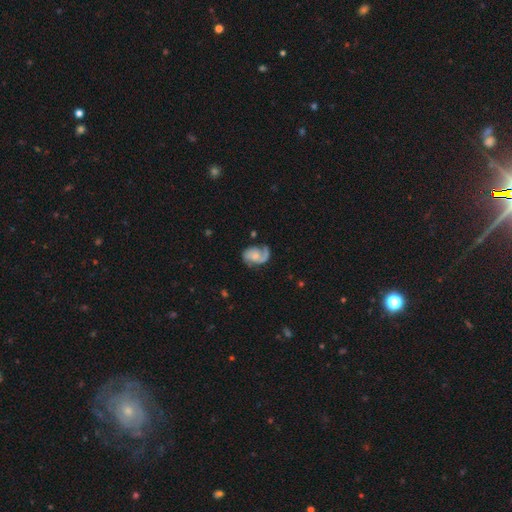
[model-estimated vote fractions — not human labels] smooth_or_featured: featured or disk (p=0.78) [alt: smooth p=0.16]
disk_edge_on: no (p=0.98) [alt: yes p=0.02]
bar: no (p=0.68) [alt: weak p=0.28]
has_spiral_arms: yes (p=0.94) [alt: no p=0.06]
spiral_winding: medium (p=0.45) [alt: loose p=0.29]
spiral_arm_count: 2 (p=0.61) [alt: 1 p=0.31]
bulge_size: small (p=0.44) [alt: moderate p=0.35]
merging: none (p=0.58) [alt: minor disturbance p=0.23]